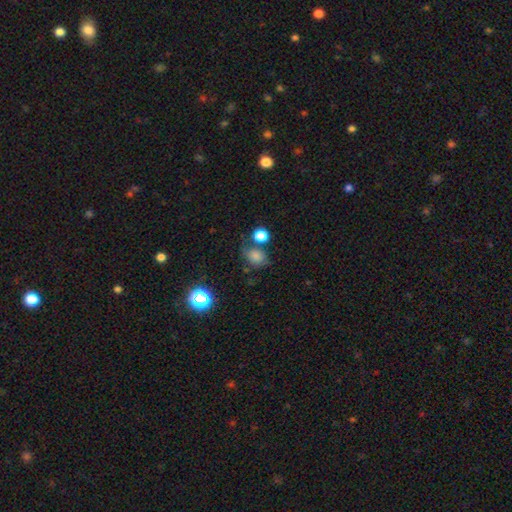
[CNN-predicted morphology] The model was most divided on "how rounded": in between: 50%, round: 48%, cigar-shaped: 1%. More confident: smooth or featured — smooth (76%); merging — none (53%).